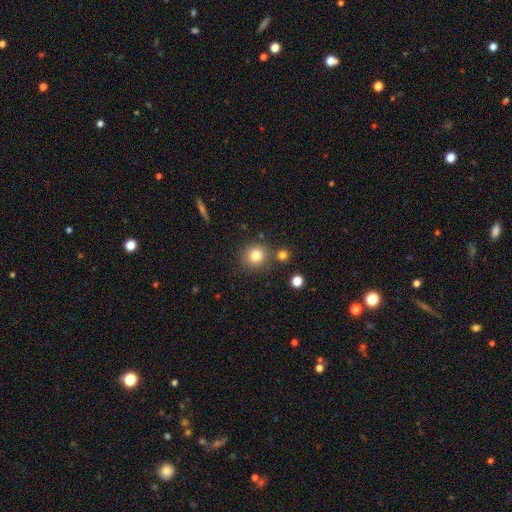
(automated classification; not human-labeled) This is clearly a smooth galaxy (81%). How rounded: clearly round (90%). Merging: likely none (78%).